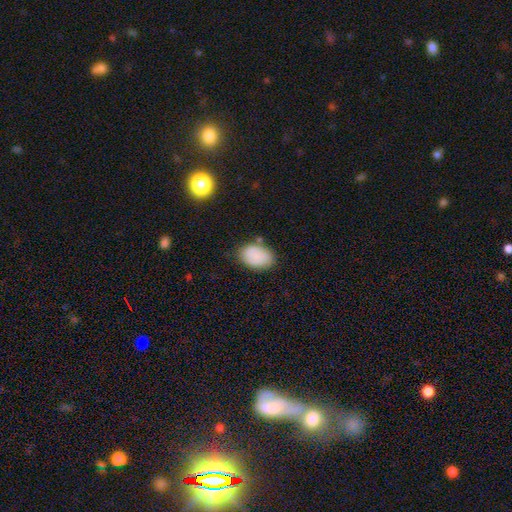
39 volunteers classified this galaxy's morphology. Volunteers were most divided on "merging": none: 71%, minor disturbance: 24%, major disturbance: 3%, merger: 3%. More confident: how rounded — in between (97%); smooth or featured — smooth (92%).